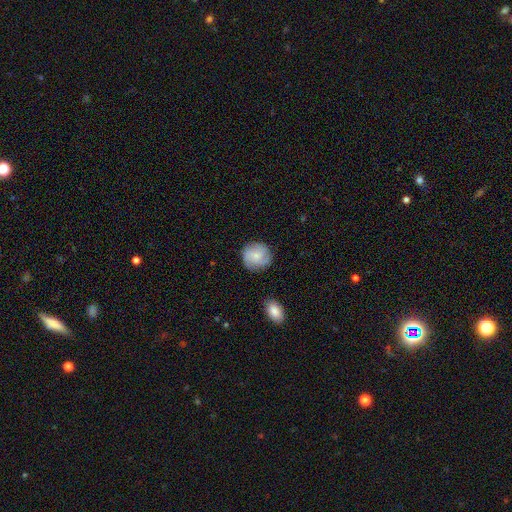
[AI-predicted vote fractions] Smooth or featured?
  - smooth: 49% *
  - featured or disk: 44%
  - star or artifact: 8%
Merging?
  - none: 81% *
  - minor disturbance: 13%
  - major disturbance: 4%
  - merger: 2%